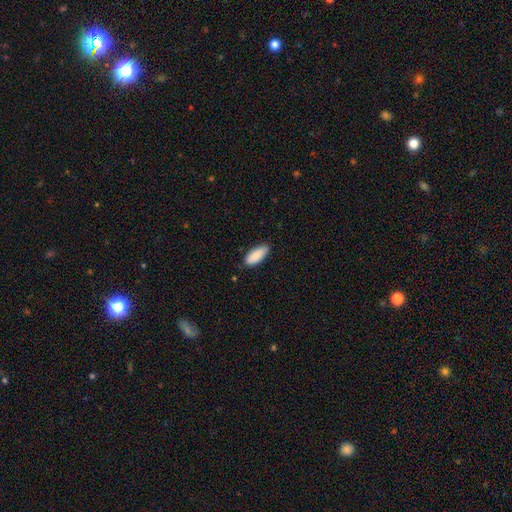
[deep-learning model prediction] smooth 88%, star or artifact 6%, featured or disk 6%. Down the decision tree: how rounded — in between (80%); merging — none (82%).